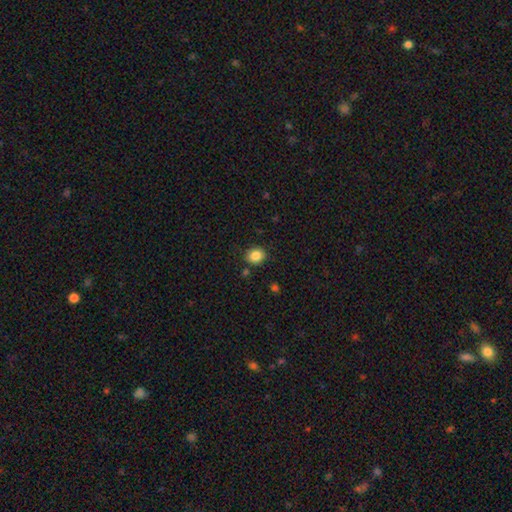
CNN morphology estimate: Smooth or featured: smooth — 86% (star or artifact — 10%)
How rounded: round — 72% (in between — 27%)
Merging: none — 86% (minor disturbance — 9%)